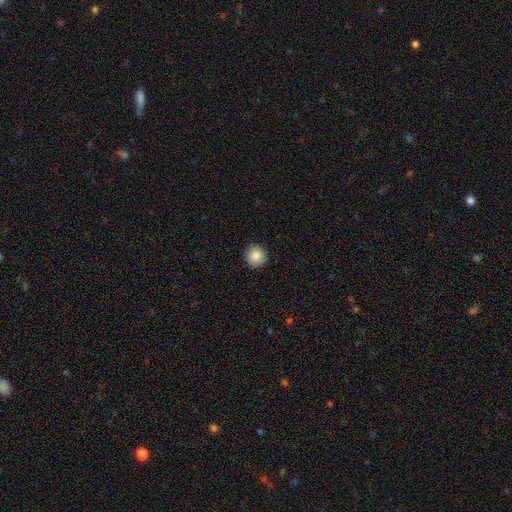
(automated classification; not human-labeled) Smooth or featured? smooth (88%)
How rounded? round (94%)
Merging? none (91%)